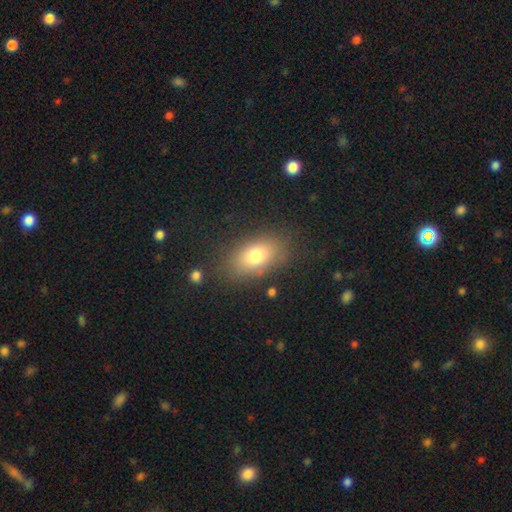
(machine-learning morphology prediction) Smooth or featured? smooth (76%)
How rounded? in between (86%)
Merging? none (80%)